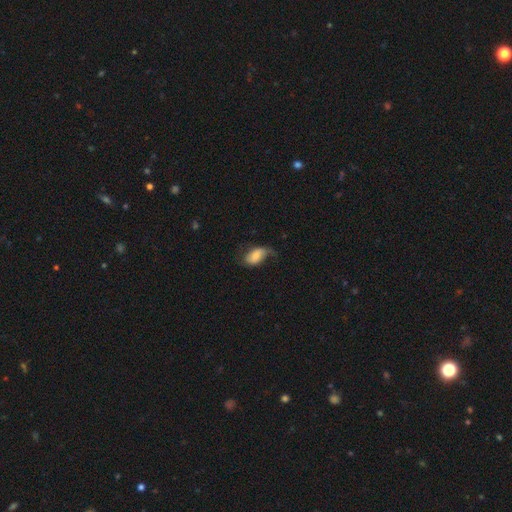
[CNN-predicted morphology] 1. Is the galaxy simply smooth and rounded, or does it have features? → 61% smooth, 32% featured or disk, 8% star or artifact.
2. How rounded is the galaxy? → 92% in between, 6% round, 3% cigar-shaped.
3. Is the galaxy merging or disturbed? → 43% none, 34% minor disturbance, 21% major disturbance, 2% merger.